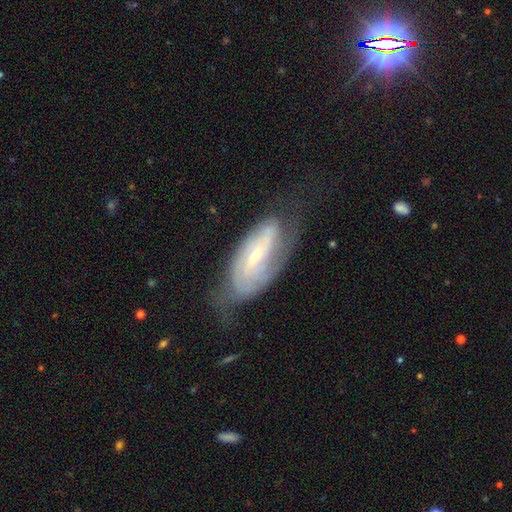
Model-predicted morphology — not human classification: A featured or disk galaxy (75%) with a weak bar (46%), 2 (52%) tight (46%) spiral arms (90%) and a small central bulge (62%). Merging: none (55%).